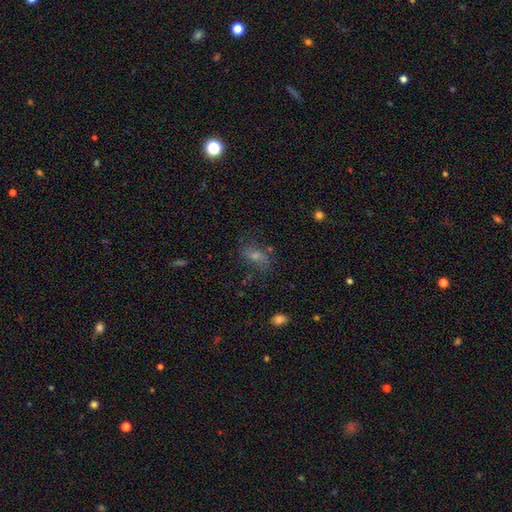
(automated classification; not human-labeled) A smooth galaxy with no disk features (40%, tied with featured or disk). Merging: none (59%).